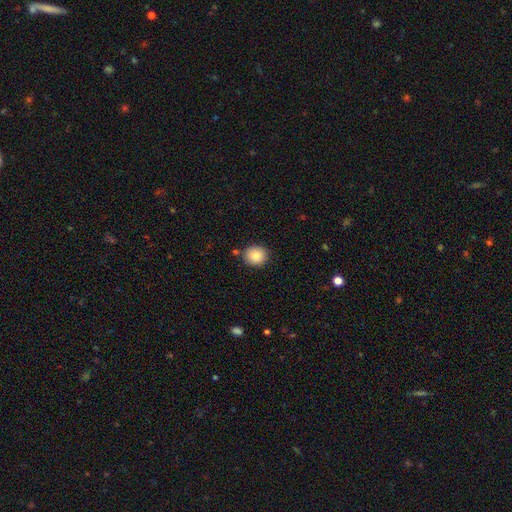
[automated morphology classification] This is clearly a smooth galaxy (87%). How rounded: clearly round (82%). Merging: clearly none (84%).